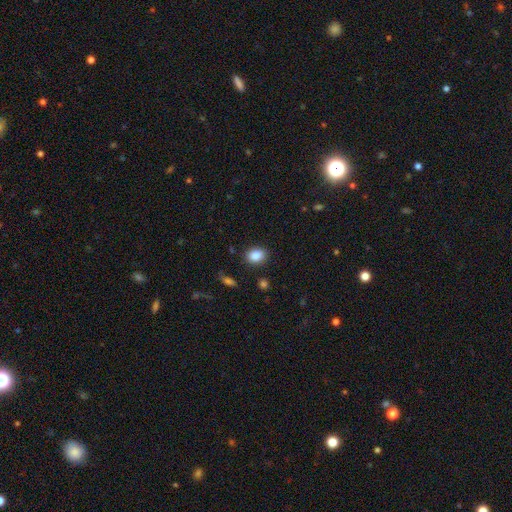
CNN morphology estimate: type=smooth (87%); roundness=in between (64%); merging=none (84%).